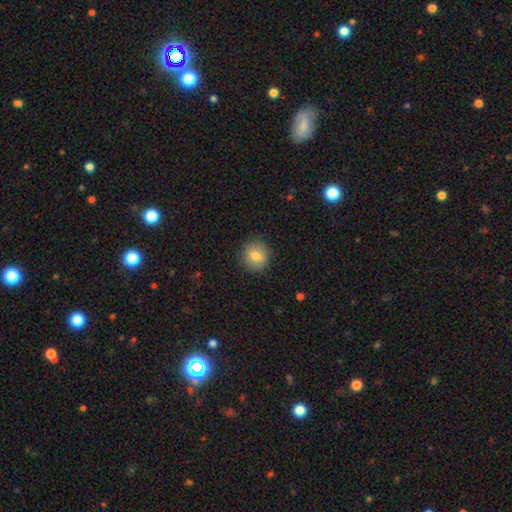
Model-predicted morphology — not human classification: smooth-or-featured: smooth: 78% | featured or disk: 13% | star or artifact: 9%
  how-rounded: round: 88% | in between: 11% | cigar-shaped: 1%
  merging: none: 89% | minor disturbance: 8% | major disturbance: 2% | merger: 1%